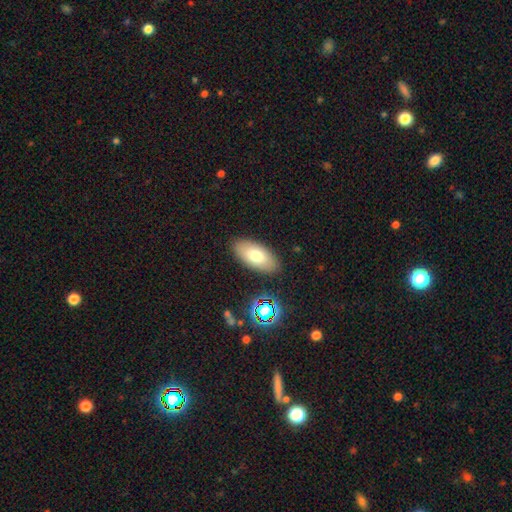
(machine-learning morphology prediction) smooth_or_featured: smooth (p=0.74) [alt: featured or disk p=0.18]
how_rounded: in between (p=0.92) [alt: cigar-shaped p=0.05]
merging: none (p=0.87) [alt: minor disturbance p=0.09]